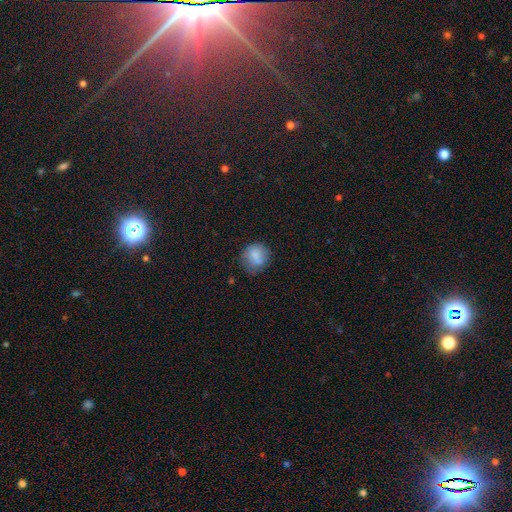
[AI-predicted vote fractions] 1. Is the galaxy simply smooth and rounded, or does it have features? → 78% smooth, 13% featured or disk, 9% star or artifact.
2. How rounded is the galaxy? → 78% round, 21% in between, 1% cigar-shaped.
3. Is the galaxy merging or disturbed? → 62% none, 26% minor disturbance, 9% major disturbance, 3% merger.